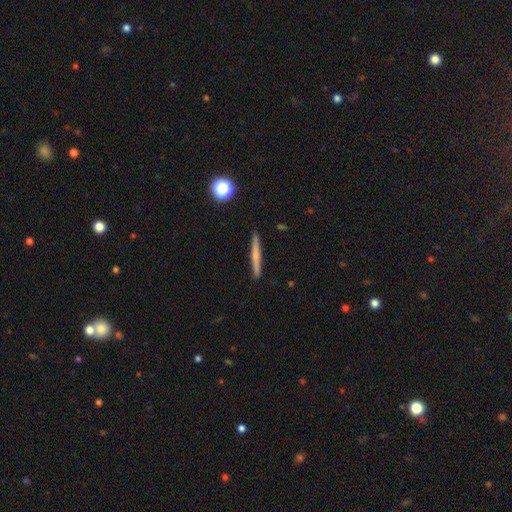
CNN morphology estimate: Overall: smooth (49%; featured or disk 44%). Merging: none (91%).